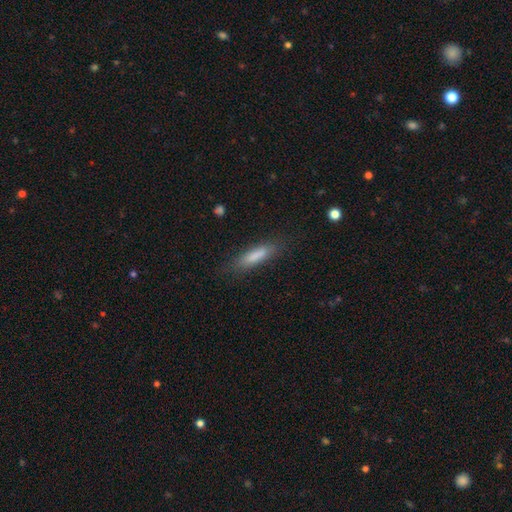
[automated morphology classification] Smooth or featured: smooth — 81% (featured or disk — 12%)
How rounded: cigar-shaped — 73% (in between — 25%)
Merging: none — 81% (minor disturbance — 13%)